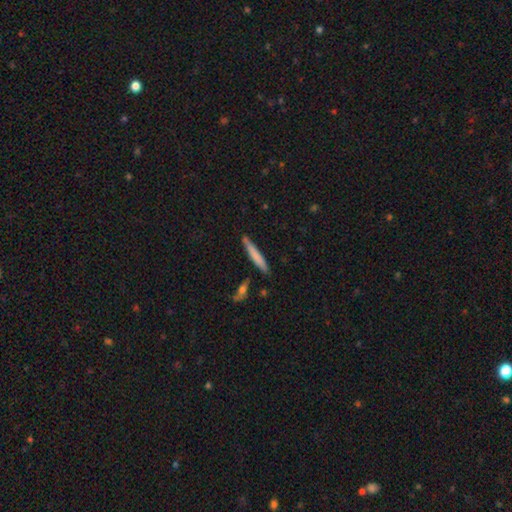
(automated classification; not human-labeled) The model was most divided on "smooth or featured": smooth: 69%, featured or disk: 25%, star or artifact: 6%. More confident: how rounded — cigar-shaped (94%); merging — none (82%).